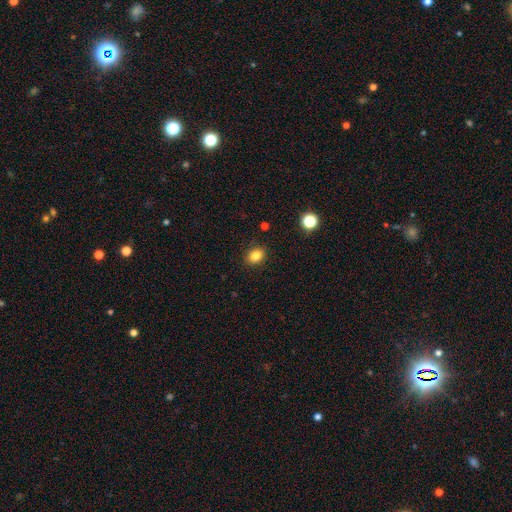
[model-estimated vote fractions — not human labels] Smooth or featured? smooth (84%)
How rounded? in between (57%)
Merging? none (88%)